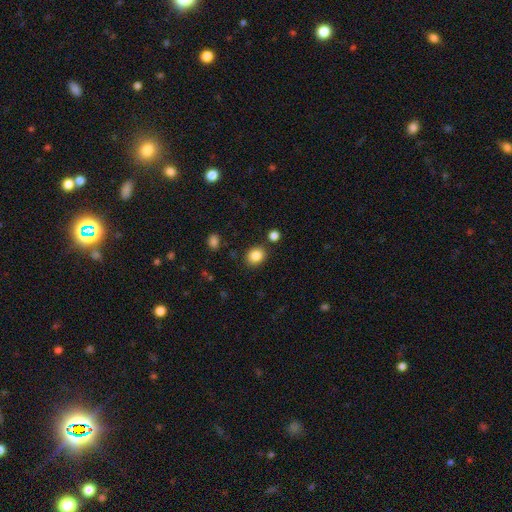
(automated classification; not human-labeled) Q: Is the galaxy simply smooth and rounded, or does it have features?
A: smooth — 85%.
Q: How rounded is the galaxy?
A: round — 57%.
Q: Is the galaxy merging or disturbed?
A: none — 83%.